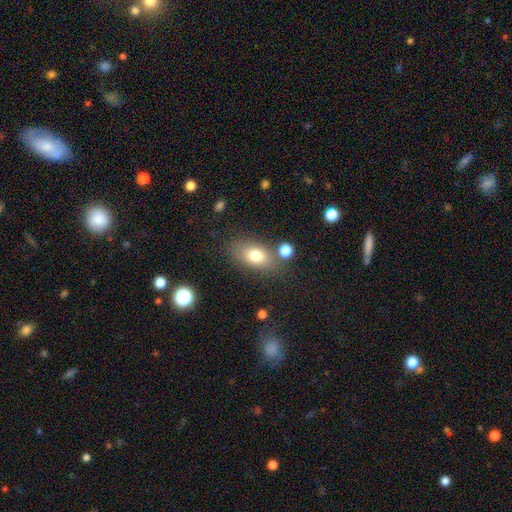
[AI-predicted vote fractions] Morphology: type=smooth (77%); roundness=in between (83%); merging=none (73%).